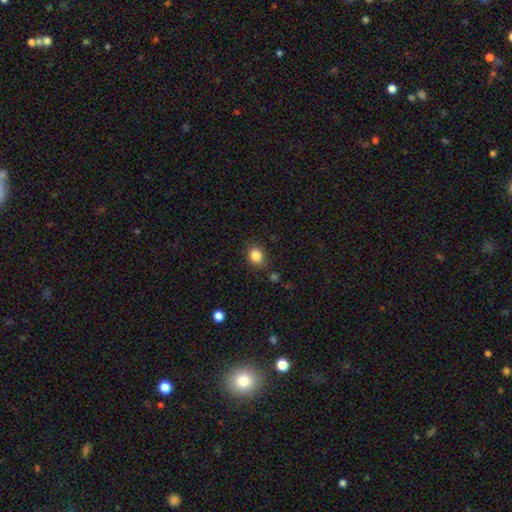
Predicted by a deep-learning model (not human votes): Smooth or featured?
  - smooth: 85% *
  - star or artifact: 10%
  - featured or disk: 5%
How rounded?
  - round: 61% *
  - in between: 38%
  - cigar-shaped: 1%
Merging?
  - none: 80% *
  - minor disturbance: 13%
  - major disturbance: 4%
  - merger: 3%